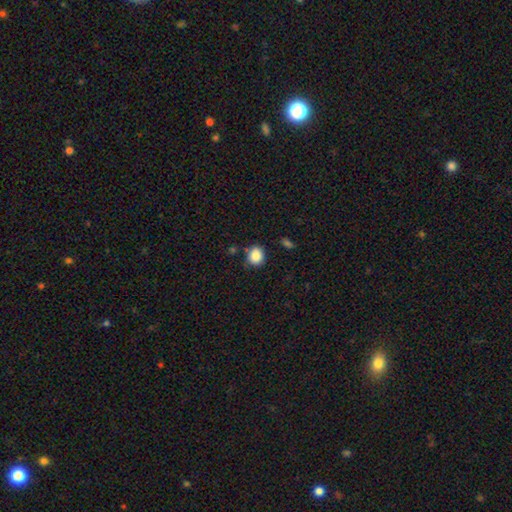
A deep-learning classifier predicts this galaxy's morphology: Smooth or featured?
  - smooth: 87% *
  - star or artifact: 9%
  - featured or disk: 4%
How rounded?
  - round: 66% *
  - in between: 33%
  - cigar-shaped: 1%
Merging?
  - none: 77% *
  - minor disturbance: 14%
  - merger: 5%
  - major disturbance: 4%